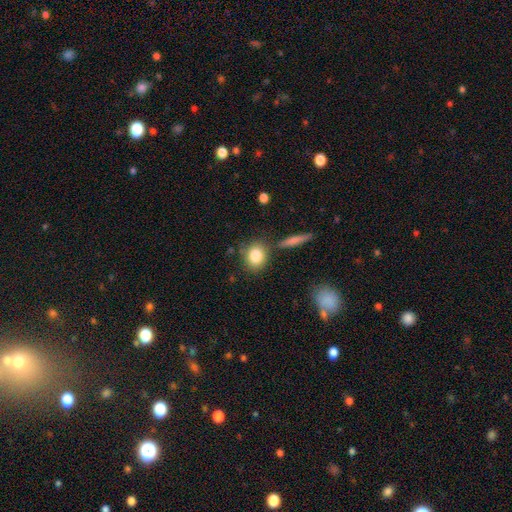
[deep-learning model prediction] Q: Smooth or featured?
A: smooth (83%); runner-up: featured or disk (9%)
Q: How rounded?
A: round (58%); runner-up: in between (39%)
Q: Merging?
A: none (75%); runner-up: minor disturbance (12%)